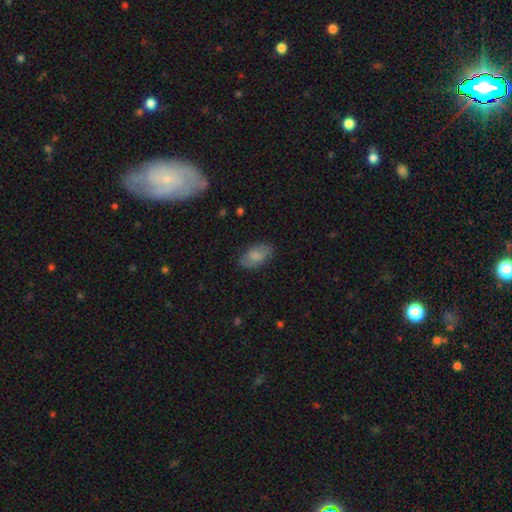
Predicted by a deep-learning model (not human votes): Smooth or featured? smooth (76%)
How rounded? in between (93%)
Merging? none (79%)